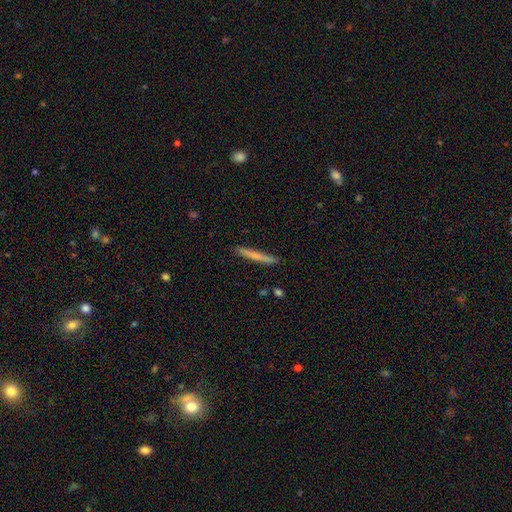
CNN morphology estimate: Q: Smooth or featured?
A: smooth (65%); runner-up: featured or disk (28%)
Q: How rounded?
A: cigar-shaped (96%); runner-up: in between (2%)
Q: Merging?
A: none (88%); runner-up: minor disturbance (9%)